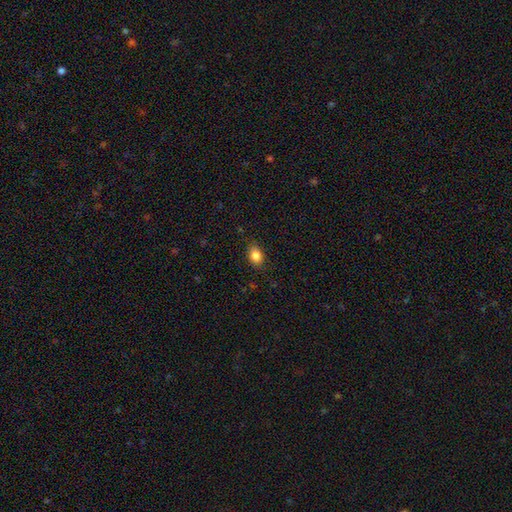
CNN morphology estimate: Q: Smooth or featured?
A: smooth (85%); runner-up: star or artifact (9%)
Q: How rounded?
A: in between (74%); runner-up: round (25%)
Q: Merging?
A: none (85%); runner-up: minor disturbance (12%)